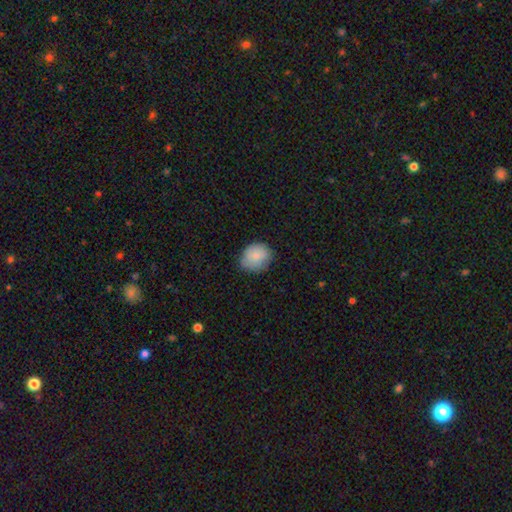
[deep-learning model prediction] smooth 81%, featured or disk 11%, star or artifact 8%. Down the decision tree: how rounded — round (66%); merging — none (71%).